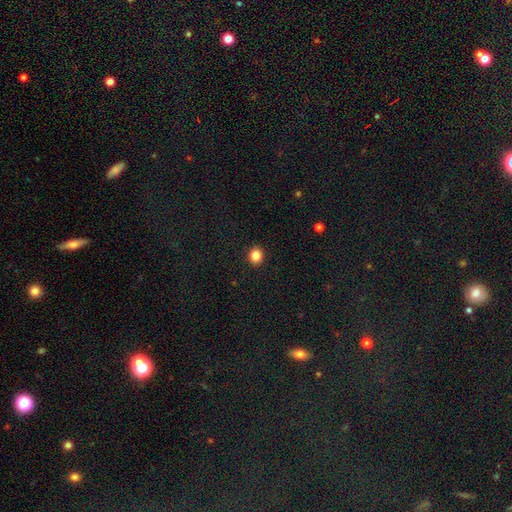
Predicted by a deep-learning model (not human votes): Overall: smooth (85%). How rounded: round (78%). Merging: none (92%).